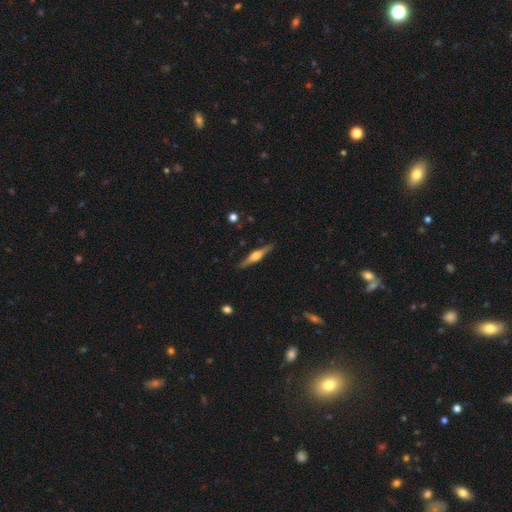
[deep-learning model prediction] Smooth or featured?
  - featured or disk: 71% *
  - smooth: 24%
  - star or artifact: 5%
Edge-on disk?
  - yes: 98% *
  - no: 2%
Edge-on bulge?
  - rounded: 87% *
  - boxy: 10%
  - none: 3%
Merging?
  - none: 89% *
  - minor disturbance: 8%
  - major disturbance: 2%
  - merger: 1%